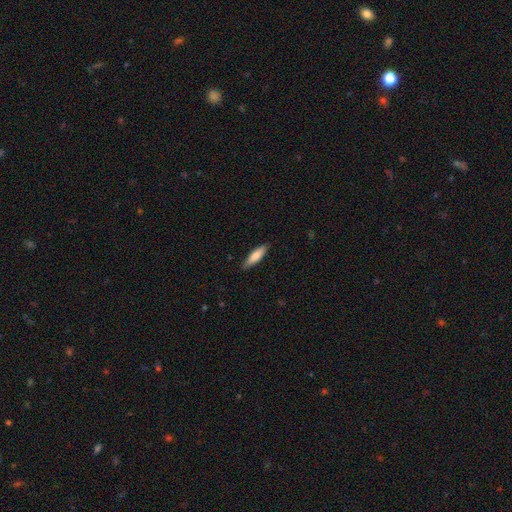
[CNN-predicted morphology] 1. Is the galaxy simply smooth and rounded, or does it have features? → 77% smooth, 17% featured or disk, 5% star or artifact.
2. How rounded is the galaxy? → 64% cigar-shaped, 34% in between, 1% round.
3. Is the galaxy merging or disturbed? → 86% none, 11% minor disturbance, 2% major disturbance, 1% merger.